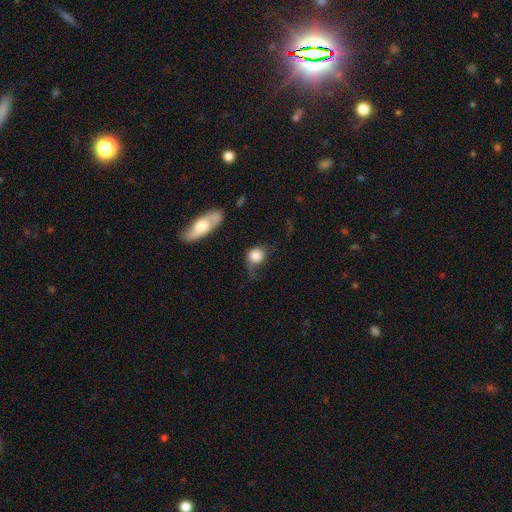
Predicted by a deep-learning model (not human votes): Smooth or featured? Predicted: smooth (p=0.77). How rounded? Predicted: round (p=0.76). Merging? Predicted: none (p=0.33).